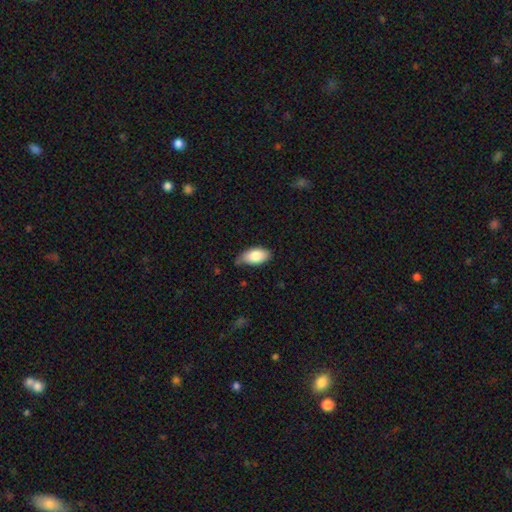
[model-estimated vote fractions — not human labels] Smooth or featured? smooth (83%)
How rounded? in between (94%)
Merging? none (65%)